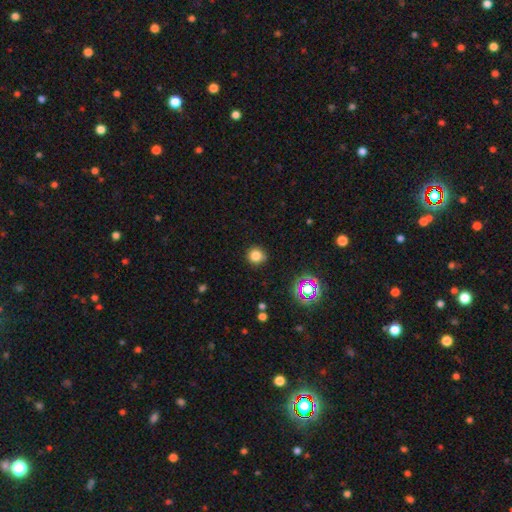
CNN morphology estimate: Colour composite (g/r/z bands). It shows a smooth galaxy with no disk features (79%) that is round (91%). Merging: none (87%).